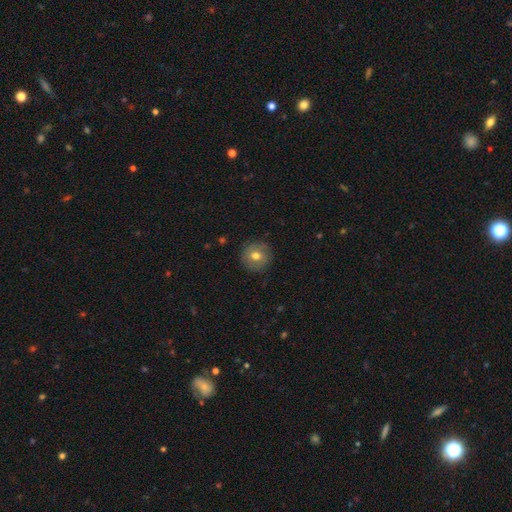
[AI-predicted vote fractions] Q: Smooth or featured?
A: smooth (68%); runner-up: featured or disk (23%)
Q: How rounded?
A: round (93%); runner-up: in between (6%)
Q: Merging?
A: none (87%); runner-up: minor disturbance (9%)